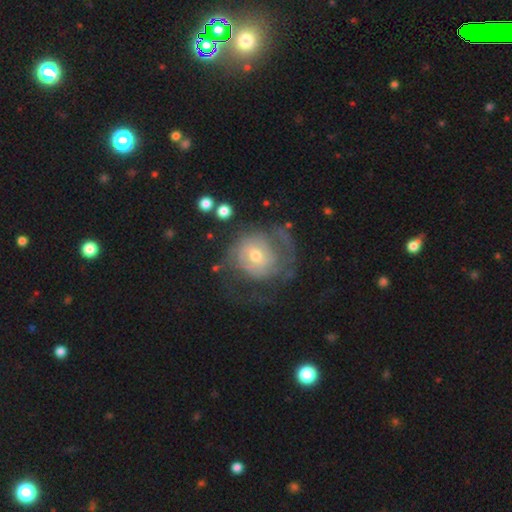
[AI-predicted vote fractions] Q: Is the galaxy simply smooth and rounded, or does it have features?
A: featured or disk — 69%.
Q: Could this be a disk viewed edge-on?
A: no — 97%.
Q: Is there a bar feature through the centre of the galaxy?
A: no — 73%.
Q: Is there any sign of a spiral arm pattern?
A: yes — 78%.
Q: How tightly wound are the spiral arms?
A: tight — 54%.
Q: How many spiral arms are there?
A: can't tell — 41%.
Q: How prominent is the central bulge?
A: moderate — 56%.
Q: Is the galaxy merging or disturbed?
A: none — 48%.